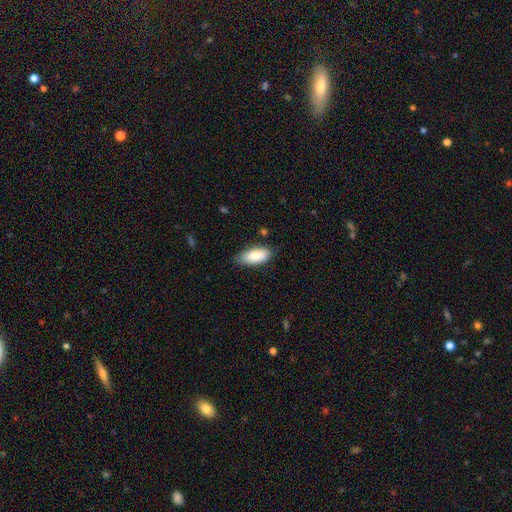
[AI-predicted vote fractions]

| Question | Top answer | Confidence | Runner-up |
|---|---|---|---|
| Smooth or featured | smooth | 86% | featured or disk (8%) |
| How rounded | in between | 85% | cigar-shaped (13%) |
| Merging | none | 77% | minor disturbance (19%) |